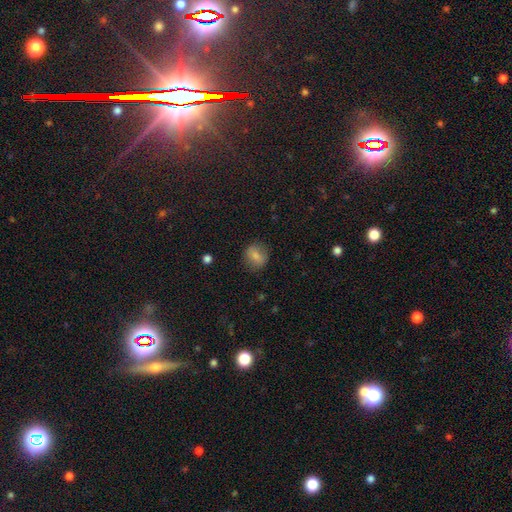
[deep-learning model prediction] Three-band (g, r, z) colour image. It shows a smooth galaxy with no disk features (74%) that is round (73%). Merging: none (83%).